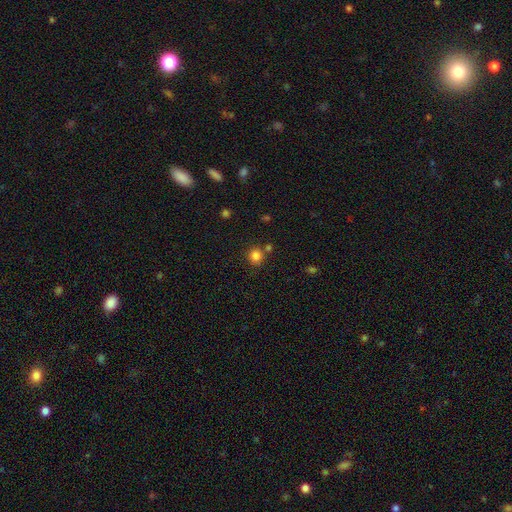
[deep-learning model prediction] smooth-or-featured: smooth: 82% | star or artifact: 13% | featured or disk: 5%
  how-rounded: round: 88% | in between: 11% | cigar-shaped: 1%
  merging: none: 76% | merger: 12% | minor disturbance: 10% | major disturbance: 3%